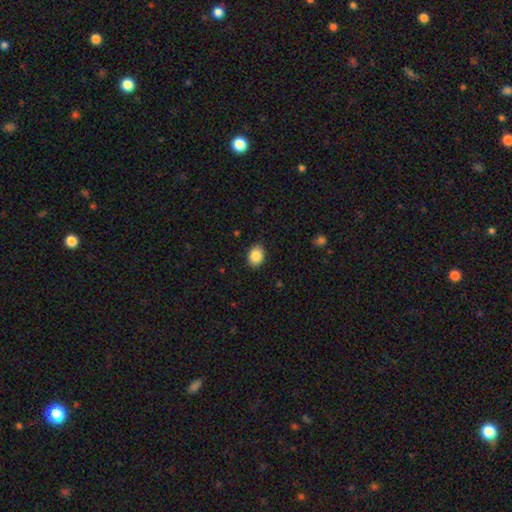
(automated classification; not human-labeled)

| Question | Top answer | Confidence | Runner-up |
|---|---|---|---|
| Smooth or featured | smooth | 87% | star or artifact (8%) |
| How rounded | in between | 64% | round (36%) |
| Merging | none | 88% | minor disturbance (9%) |